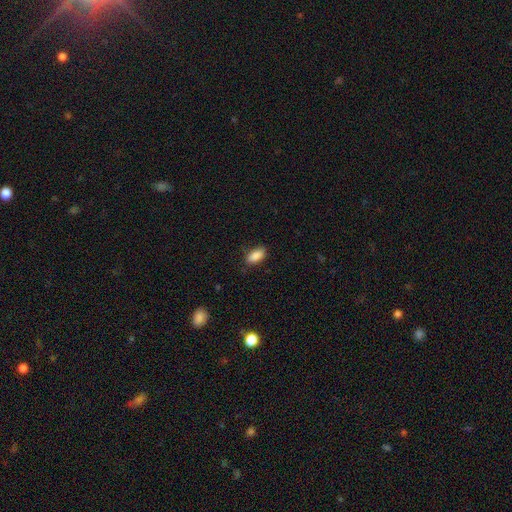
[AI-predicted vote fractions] Smooth or featured?
  - smooth: 89% *
  - star or artifact: 7%
  - featured or disk: 4%
How rounded?
  - in between: 90% *
  - cigar-shaped: 7%
  - round: 3%
Merging?
  - none: 82% *
  - minor disturbance: 14%
  - major disturbance: 3%
  - merger: 1%